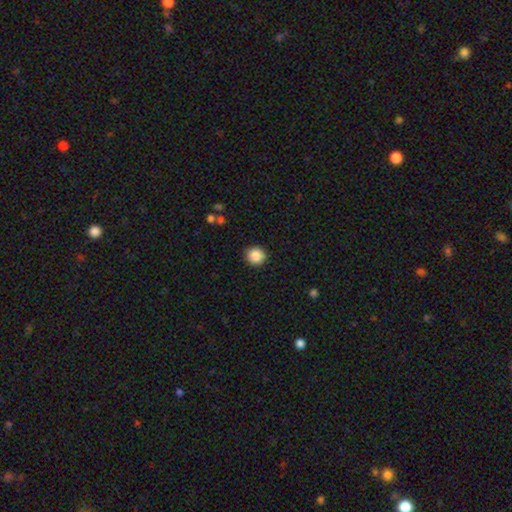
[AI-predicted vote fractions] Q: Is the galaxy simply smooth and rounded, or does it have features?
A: smooth — 88%.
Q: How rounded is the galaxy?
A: round — 92%.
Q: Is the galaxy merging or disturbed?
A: none — 91%.